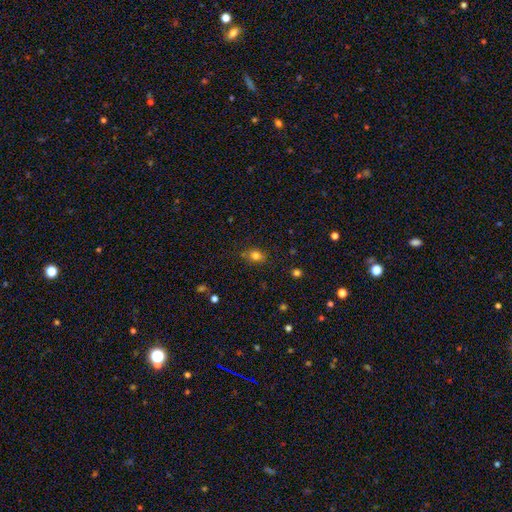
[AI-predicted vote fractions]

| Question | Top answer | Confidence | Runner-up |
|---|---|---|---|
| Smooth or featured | smooth | 79% | star or artifact (13%) |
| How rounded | in between | 59% | round (40%) |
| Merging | none | 74% | minor disturbance (19%) |